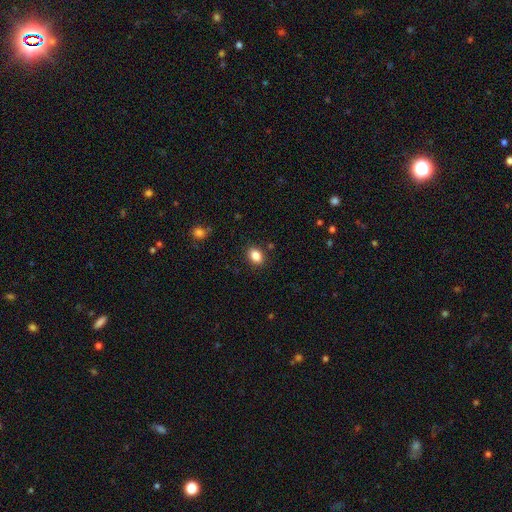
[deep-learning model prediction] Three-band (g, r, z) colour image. It shows a smooth galaxy with no disk features (86%) that is in between round and cigar-shaped (71%). Merging: none (87%).